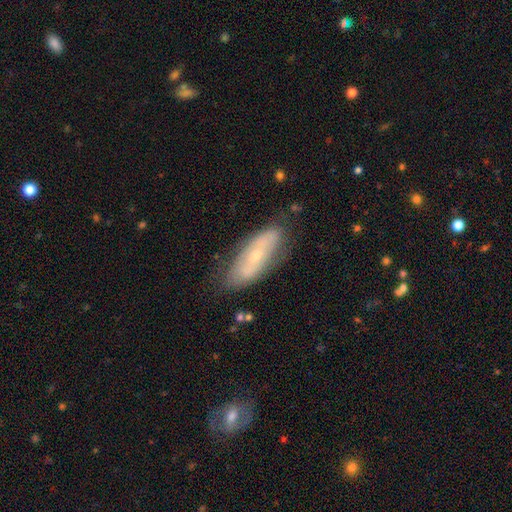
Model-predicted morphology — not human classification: Overall: featured or disk (56%; smooth 37%). Edge-on disk: no (79%). Merging: none (73%).